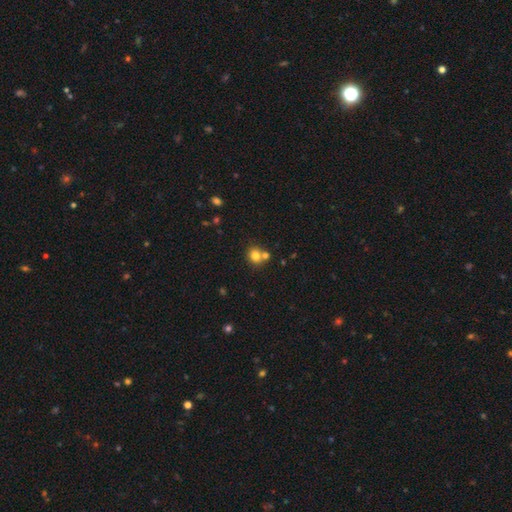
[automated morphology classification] Overall: smooth (78%). How rounded: round (82%). Merging: none (53%; merger 36%).